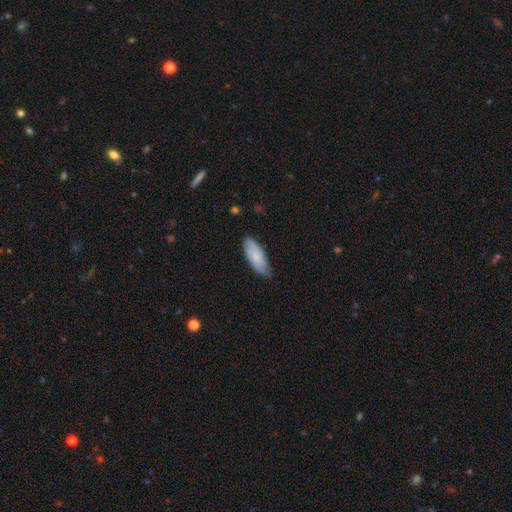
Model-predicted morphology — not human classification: smooth 78%, featured or disk 17%, star or artifact 6%. Down the decision tree: how rounded — in between (77%); merging — none (74%).